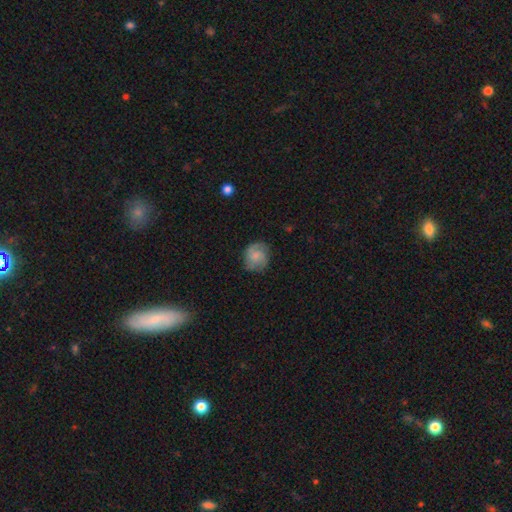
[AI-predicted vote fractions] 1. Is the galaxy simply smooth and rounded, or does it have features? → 58% smooth, 34% featured or disk, 8% star or artifact.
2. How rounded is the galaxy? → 79% round, 20% in between, 1% cigar-shaped.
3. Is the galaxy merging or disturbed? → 72% none, 20% minor disturbance, 7% major disturbance, 1% merger.